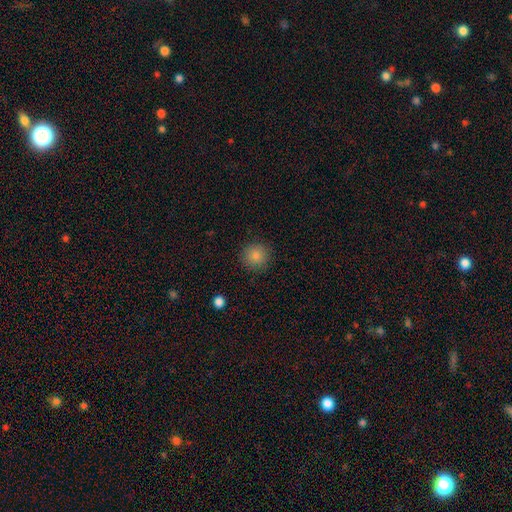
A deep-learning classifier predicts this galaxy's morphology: smooth 85%, star or artifact 10%, featured or disk 5%. Down the decision tree: how rounded — round (94%); merging — none (90%).